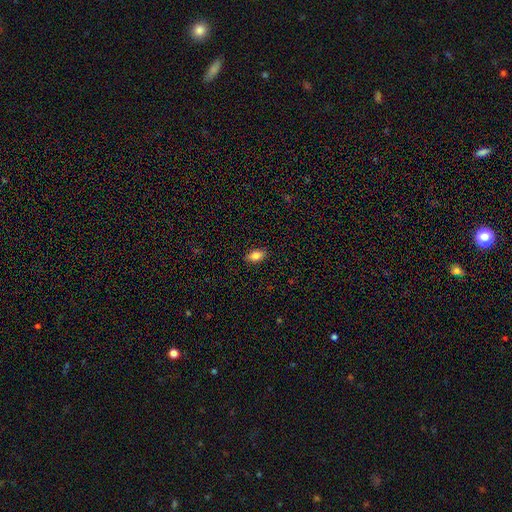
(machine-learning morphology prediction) Smooth or featured? Predicted: smooth (p=0.84). How rounded? Predicted: in between (p=0.88). Merging? Predicted: none (p=0.88).